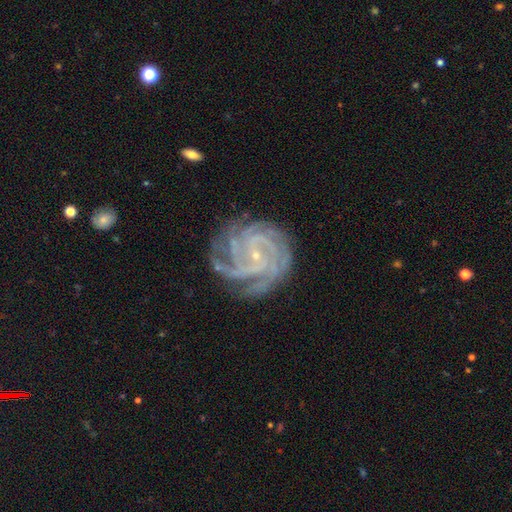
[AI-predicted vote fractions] Smooth or featured? featured or disk (90%)
Edge-on disk? no (98%)
Bar? no (58%)
Spiral arms? yes (99%)
Spiral winding? tight (74%)
Spiral arm count? 4 (37%)
Bulge size? small (86%)
Merging? none (76%)